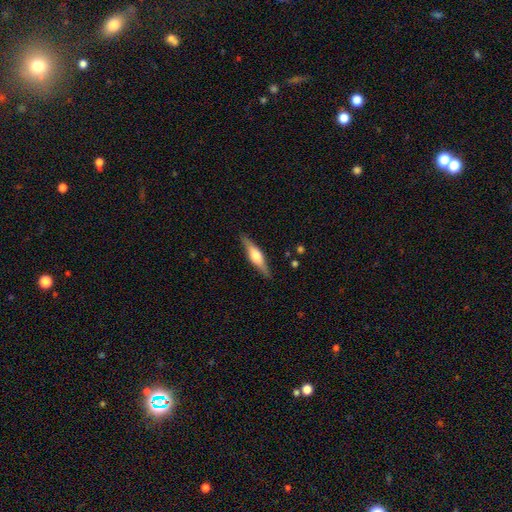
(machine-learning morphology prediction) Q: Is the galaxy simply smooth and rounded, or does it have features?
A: featured or disk — 63%.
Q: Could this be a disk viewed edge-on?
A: yes — 96%.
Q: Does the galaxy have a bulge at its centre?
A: rounded — 90%.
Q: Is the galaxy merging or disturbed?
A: none — 88%.